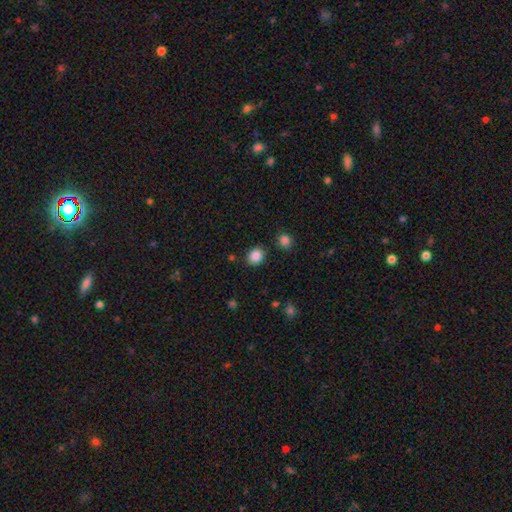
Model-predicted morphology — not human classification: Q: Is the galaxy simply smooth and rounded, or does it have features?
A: smooth — 86%.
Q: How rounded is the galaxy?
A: round — 62%.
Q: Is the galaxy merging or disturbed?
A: none — 83%.